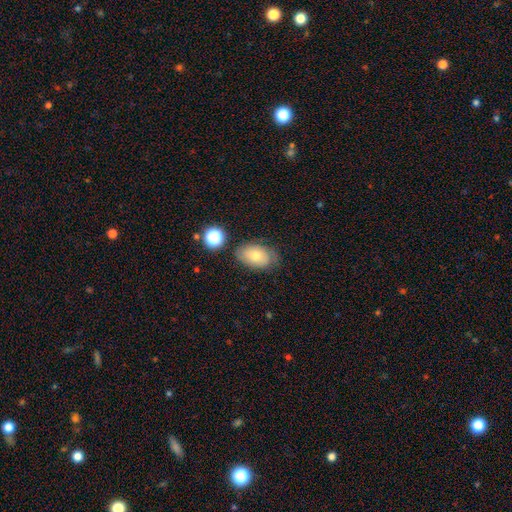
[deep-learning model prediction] smooth_or_featured: smooth (p=0.70) [alt: featured or disk p=0.20]
how_rounded: in between (p=0.86) [alt: round p=0.13]
merging: none (p=0.71) [alt: minor disturbance p=0.20]